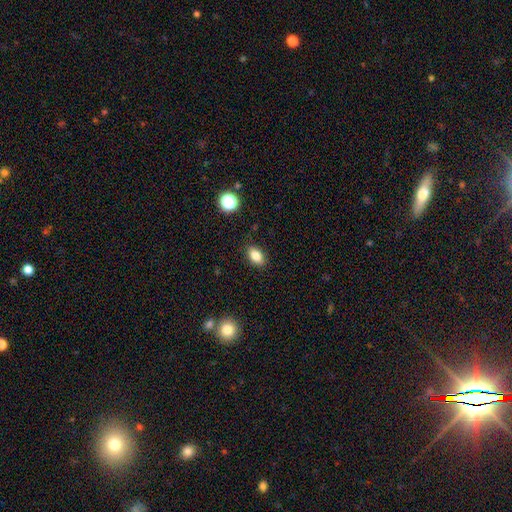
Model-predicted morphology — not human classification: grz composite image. It shows a smooth galaxy with no disk features (84%) that is in between round and cigar-shaped (87%). Merging: none (87%).